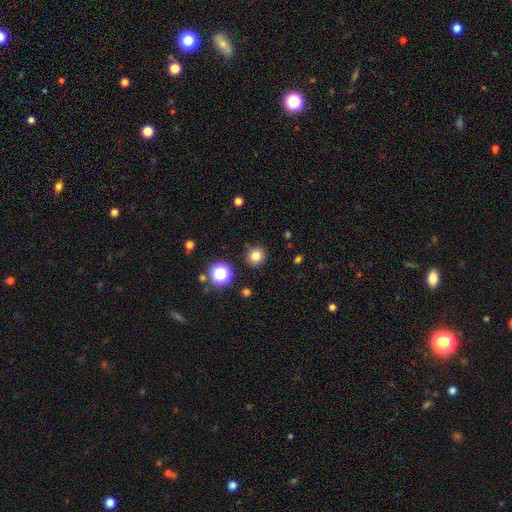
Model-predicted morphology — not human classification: smooth 80%, star or artifact 14%, featured or disk 6%. Down the decision tree: how rounded — round (91%); merging — none (90%).